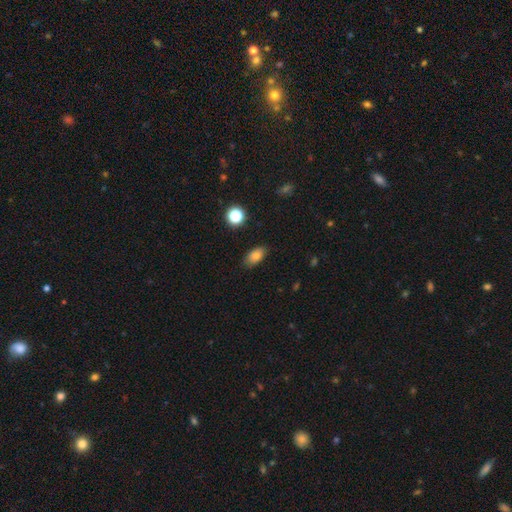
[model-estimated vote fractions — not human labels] Overall: smooth (80%). How rounded: in between (89%). Merging: none (83%).